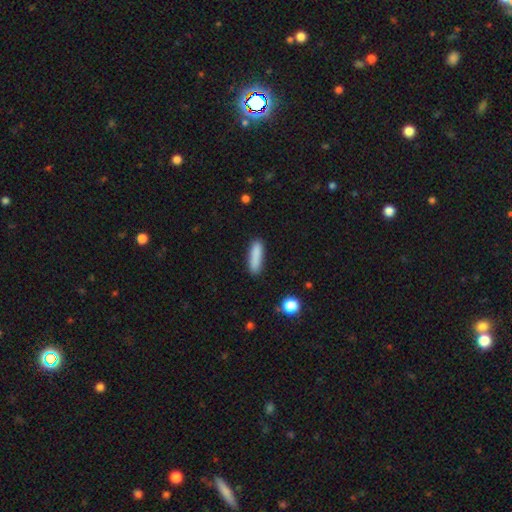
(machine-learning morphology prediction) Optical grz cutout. It shows a smooth galaxy with no disk features (86%) that is cigar-shaped (70%). Merging: none (85%).